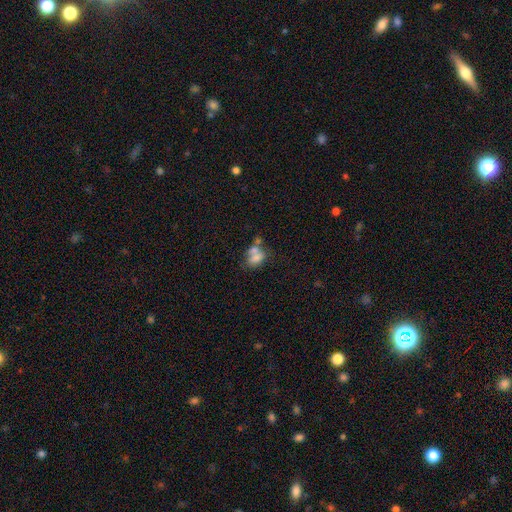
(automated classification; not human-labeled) Morphology: type=smooth (65%); roundness=in between (75%); merging=merger (53%).